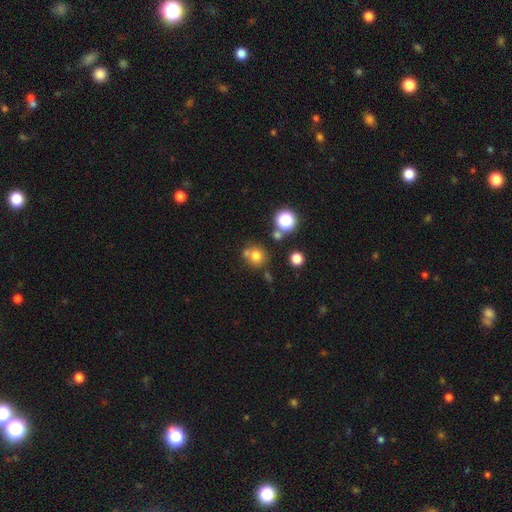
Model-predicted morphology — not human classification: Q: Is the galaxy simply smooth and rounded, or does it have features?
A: smooth — 73%.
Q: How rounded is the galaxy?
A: round — 89%.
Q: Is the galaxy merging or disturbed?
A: none — 65%.